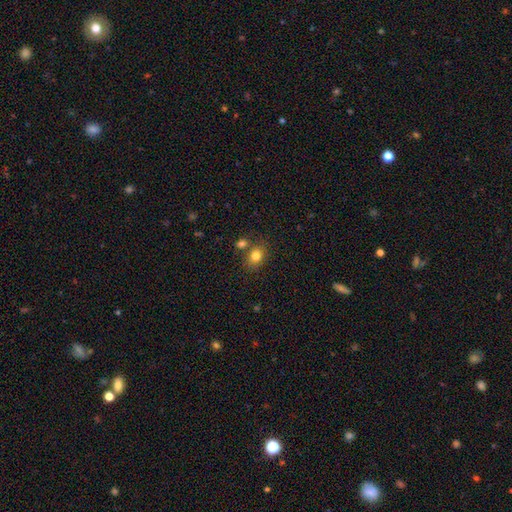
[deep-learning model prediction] Q: Smooth or featured?
A: smooth (81%); runner-up: star or artifact (11%)
Q: How rounded?
A: in between (51%); runner-up: round (48%)
Q: Merging?
A: none (69%); runner-up: merger (16%)